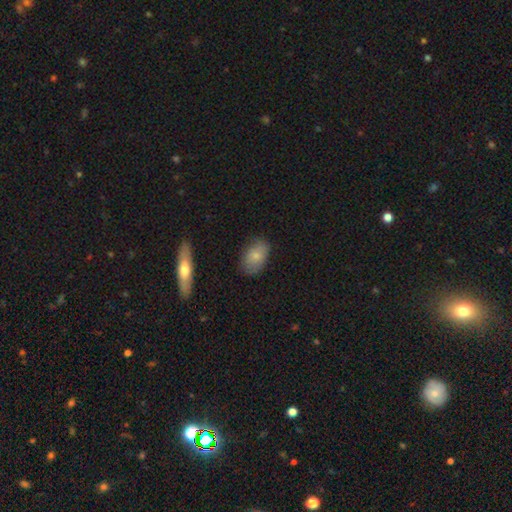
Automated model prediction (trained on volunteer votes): A smooth galaxy with no disk features (78%) that is in between round and cigar-shaped (88%).

Vote fractions:
- Smooth or featured? smooth: 78% / featured or disk: 15% / star or artifact: 7%
- How rounded? in between: 88% / round: 10% / cigar-shaped: 2%
- Merging? none: 77% / minor disturbance: 18% / major disturbance: 4% / merger: 2%